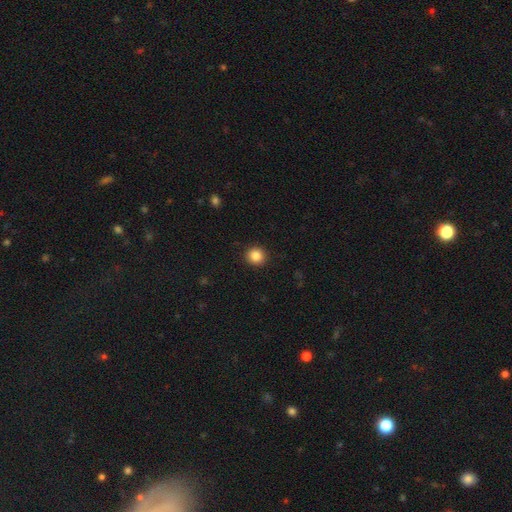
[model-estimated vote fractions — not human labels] Q: Smooth or featured?
A: smooth (86%); runner-up: star or artifact (10%)
Q: How rounded?
A: round (92%); runner-up: in between (7%)
Q: Merging?
A: none (92%); runner-up: minor disturbance (5%)